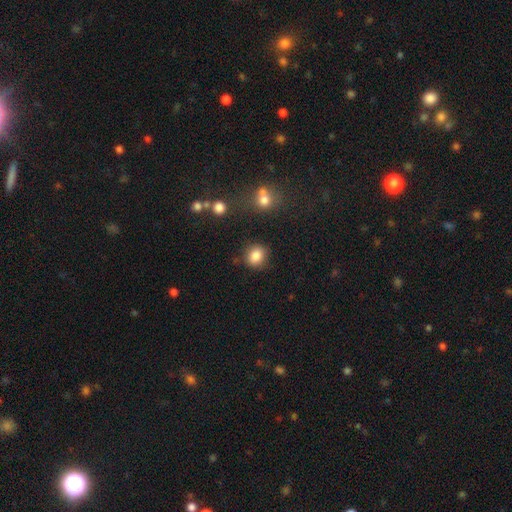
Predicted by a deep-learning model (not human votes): A smooth galaxy with no disk features (85%) that is round (72%).

Vote fractions:
- Smooth or featured? smooth: 85% / star or artifact: 10% / featured or disk: 5%
- How rounded? round: 72% / in between: 27% / cigar-shaped: 1%
- Merging? none: 82% / minor disturbance: 11% / merger: 4% / major disturbance: 3%